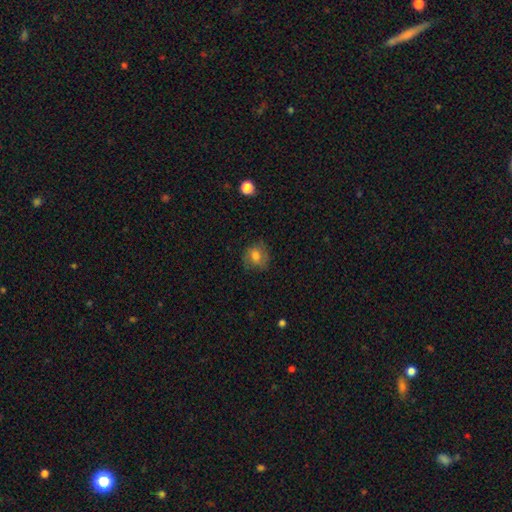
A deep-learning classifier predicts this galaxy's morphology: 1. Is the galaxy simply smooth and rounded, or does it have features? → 70% smooth, 20% featured or disk, 10% star or artifact.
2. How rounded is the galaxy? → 74% round, 25% in between, 1% cigar-shaped.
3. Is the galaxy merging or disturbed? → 73% none, 19% minor disturbance, 7% major disturbance, 1% merger.